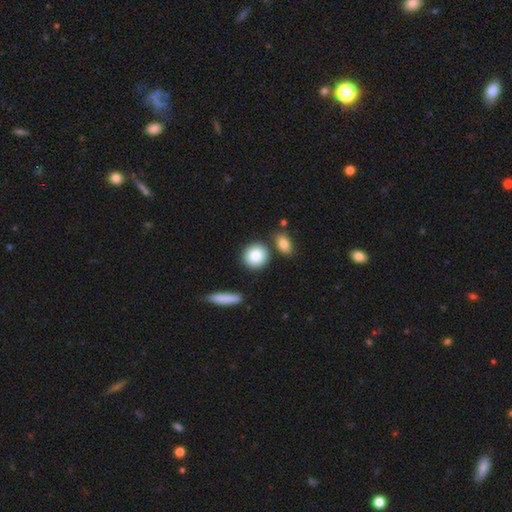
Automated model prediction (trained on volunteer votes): smooth-or-featured: smooth: 84% | featured or disk: 9% | star or artifact: 7%
  how-rounded: round: 82% | in between: 16% | cigar-shaped: 2%
  merging: none: 78% | merger: 10% | minor disturbance: 9% | major disturbance: 3%